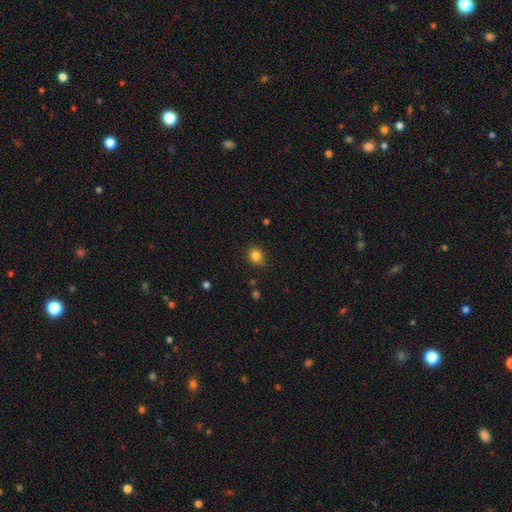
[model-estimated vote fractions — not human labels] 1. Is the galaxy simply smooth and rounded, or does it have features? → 84% smooth, 11% star or artifact, 5% featured or disk.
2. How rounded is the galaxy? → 62% round, 37% in between, 1% cigar-shaped.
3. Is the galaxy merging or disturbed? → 78% none, 17% minor disturbance, 3% major disturbance, 2% merger.